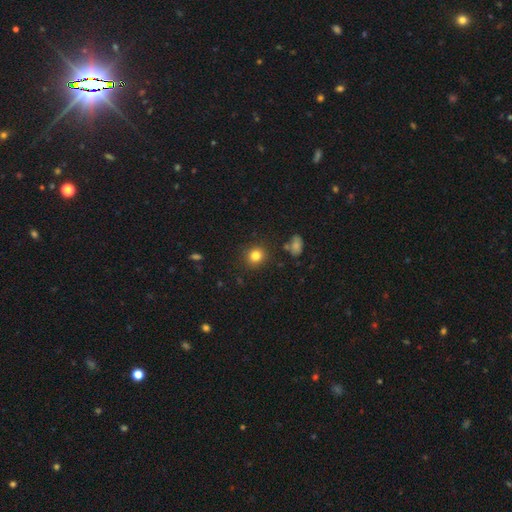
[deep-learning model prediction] smooth_or_featured: smooth (p=0.82) [alt: star or artifact p=0.12]
how_rounded: round (p=0.85) [alt: in between p=0.14]
merging: none (p=0.88) [alt: minor disturbance p=0.08]